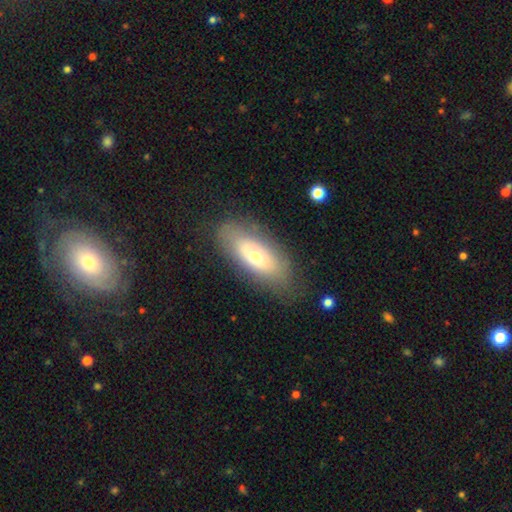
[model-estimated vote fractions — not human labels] The model was most divided on "smooth or featured": smooth: 51%, featured or disk: 40%, star or artifact: 8%. More confident: how rounded — in between (81%); merging — none (79%).